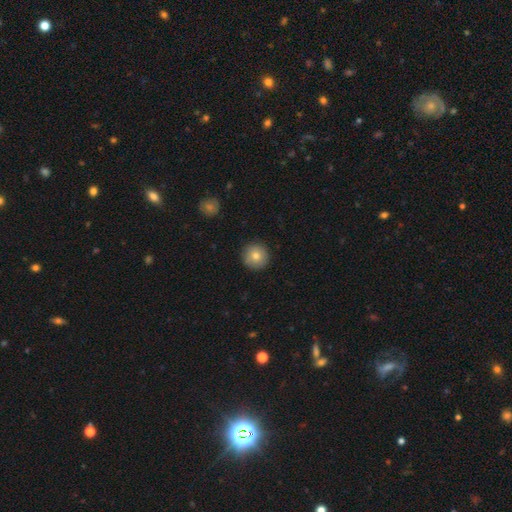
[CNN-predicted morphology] Smooth or featured?
  - smooth: 80% *
  - featured or disk: 11%
  - star or artifact: 9%
How rounded?
  - round: 95% *
  - in between: 4%
  - cigar-shaped: 1%
Merging?
  - none: 92% *
  - minor disturbance: 6%
  - major disturbance: 2%
  - merger: 1%